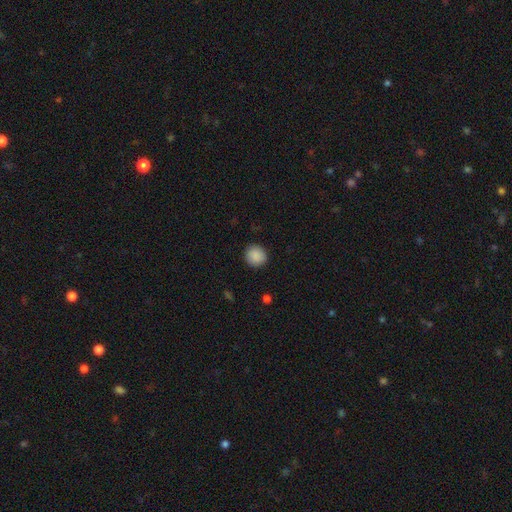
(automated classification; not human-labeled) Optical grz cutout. It shows a smooth galaxy with no disk features (89%) that is round (88%). Merging: none (90%).